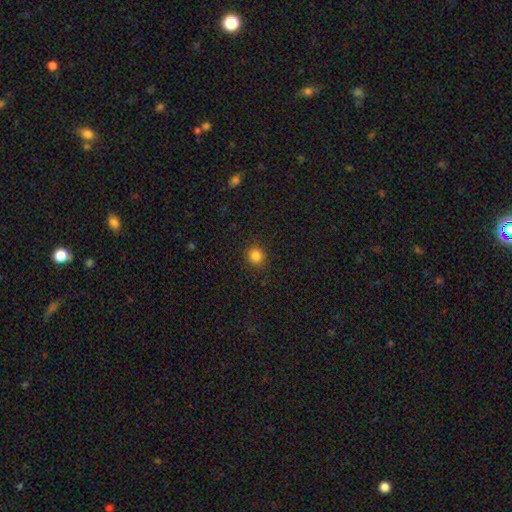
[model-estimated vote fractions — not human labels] smooth 84%, star or artifact 12%, featured or disk 4%. Down the decision tree: how rounded — round (85%); merging — none (89%).